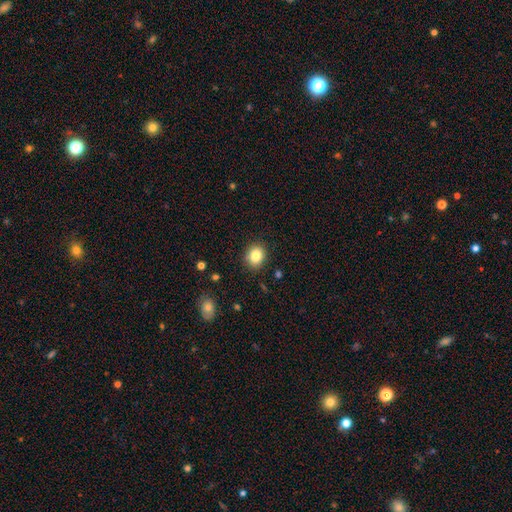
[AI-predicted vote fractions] Smooth or featured?
  - smooth: 85% *
  - star or artifact: 9%
  - featured or disk: 6%
How rounded?
  - round: 57% *
  - in between: 42%
  - cigar-shaped: 1%
Merging?
  - none: 87% *
  - minor disturbance: 9%
  - major disturbance: 3%
  - merger: 1%